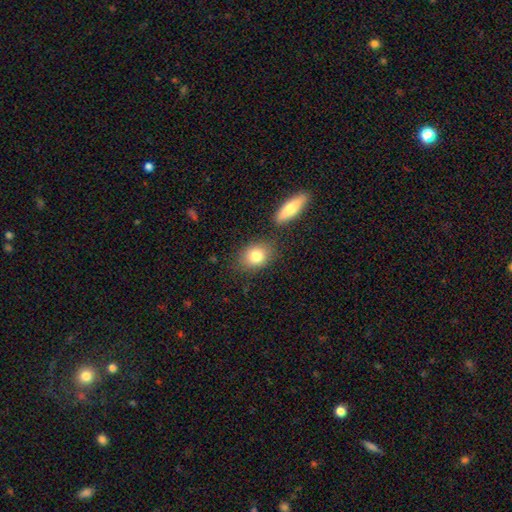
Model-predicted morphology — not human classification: This is clearly a smooth galaxy (81%). How rounded: possibly in between (54%). Merging: likely none (75%).